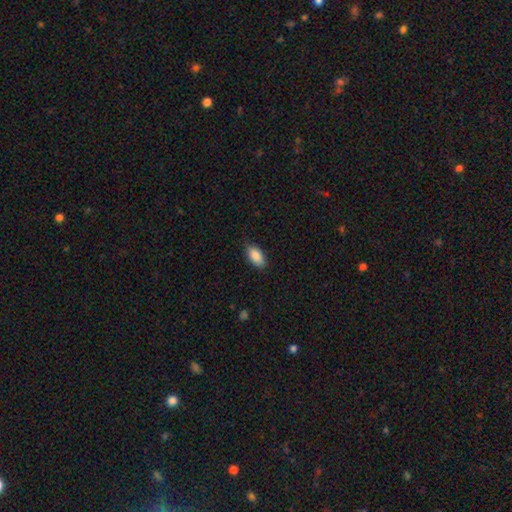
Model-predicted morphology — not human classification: Q: Smooth or featured?
A: smooth (88%); runner-up: star or artifact (7%)
Q: How rounded?
A: in between (92%); runner-up: cigar-shaped (6%)
Q: Merging?
A: none (84%); runner-up: minor disturbance (12%)